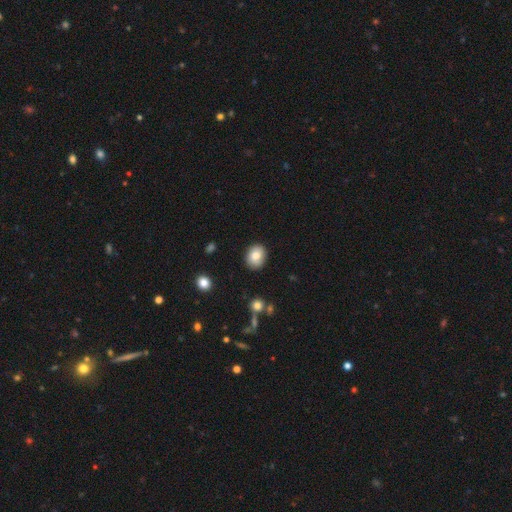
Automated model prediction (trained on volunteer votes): smooth-or-featured: smooth: 82% | featured or disk: 10% | star or artifact: 8%
  how-rounded: round: 56% | in between: 44% | cigar-shaped: 1%
  merging: none: 86% | minor disturbance: 11% | major disturbance: 2% | merger: 2%